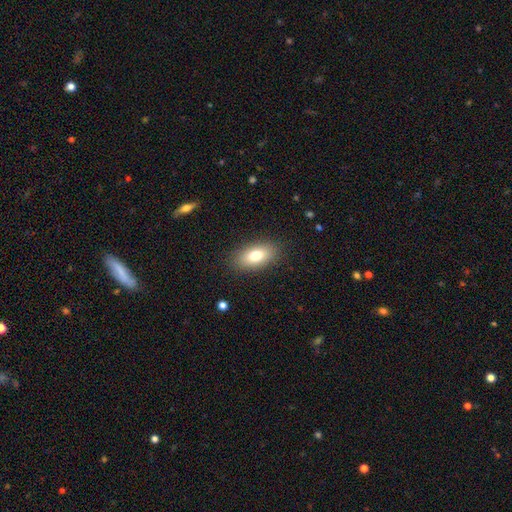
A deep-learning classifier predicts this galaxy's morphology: Smooth or featured: smooth — 75% (featured or disk — 16%)
How rounded: in between — 89% (round — 6%)
Merging: none — 87% (minor disturbance — 9%)